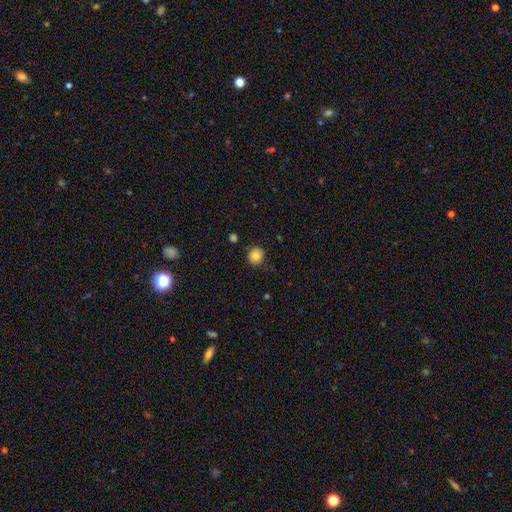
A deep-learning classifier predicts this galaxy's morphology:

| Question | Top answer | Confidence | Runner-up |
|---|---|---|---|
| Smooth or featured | smooth | 80% | star or artifact (10%) |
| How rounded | round | 89% | in between (10%) |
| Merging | none | 84% | minor disturbance (12%) |